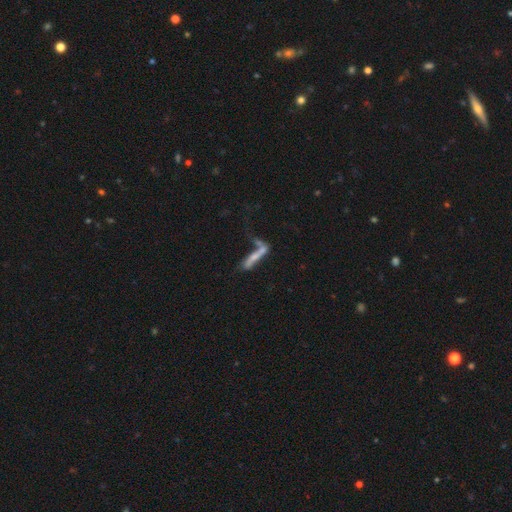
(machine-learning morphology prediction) A smooth galaxy with no disk features (45%, tied with featured or disk).

Vote fractions:
- Smooth or featured? smooth: 45% (tied) / featured or disk: 45% (tied) / star or artifact: 10%
- Merging? merger: 39% / none: 31% / major disturbance: 15% / minor disturbance: 15%